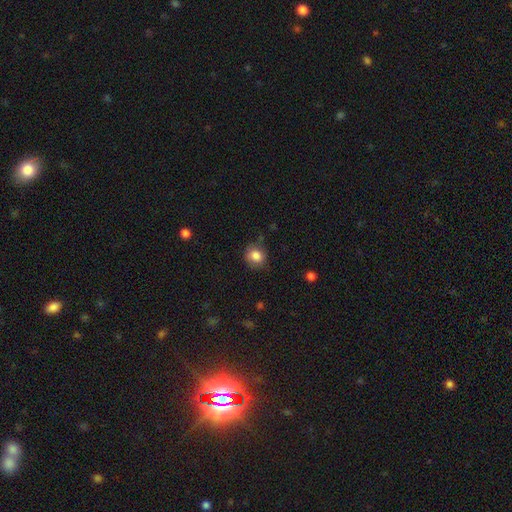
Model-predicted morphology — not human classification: Q: Smooth or featured?
A: smooth (84%); runner-up: star or artifact (9%)
Q: How rounded?
A: round (75%); runner-up: in between (24%)
Q: Merging?
A: none (73%); runner-up: minor disturbance (20%)